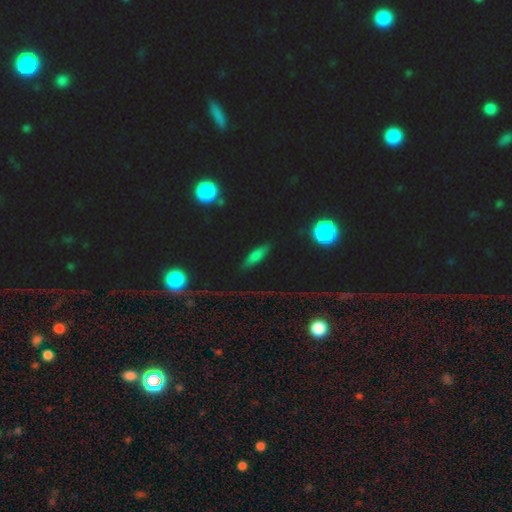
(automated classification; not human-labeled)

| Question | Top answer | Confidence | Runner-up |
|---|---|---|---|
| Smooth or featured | smooth | 55% | star or artifact (27%) |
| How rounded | in between | 46% | cigar-shaped (45%) |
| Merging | none | 79% | minor disturbance (13%) |